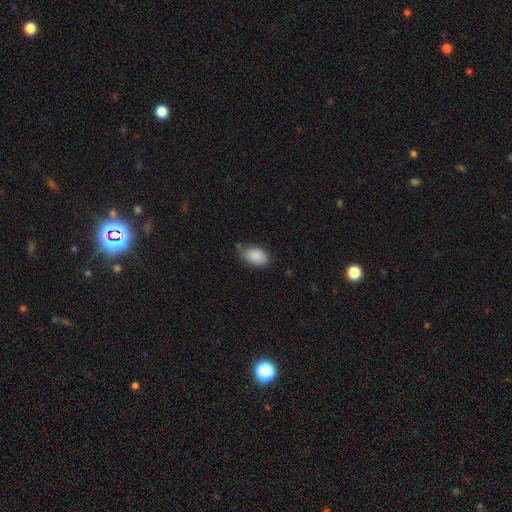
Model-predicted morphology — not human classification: Smooth or featured? smooth (88%)
How rounded? in between (90%)
Merging? none (67%)